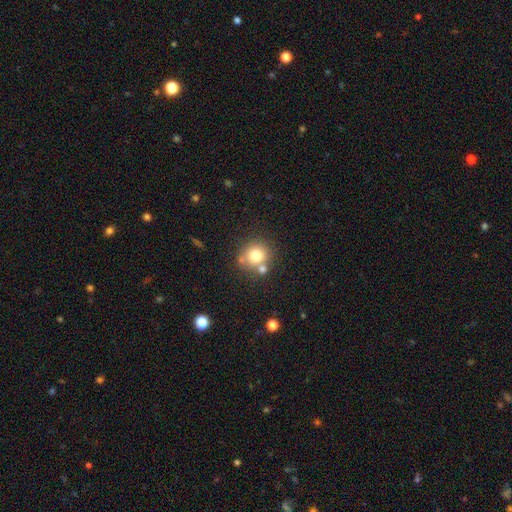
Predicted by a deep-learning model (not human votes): Overall: smooth (75%). How rounded: round (88%). Merging: none (65%).